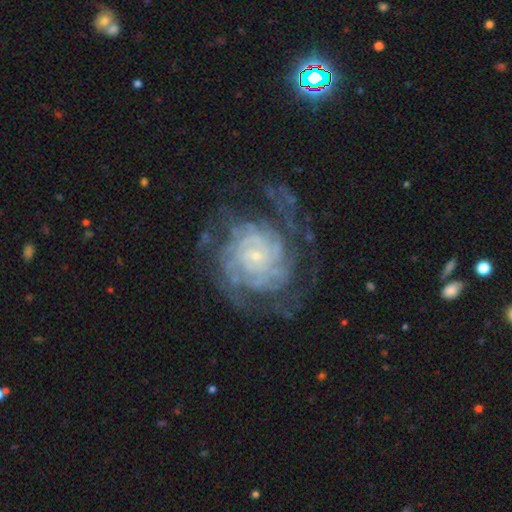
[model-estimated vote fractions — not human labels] A featured or disk galaxy (86%) with no bar (74%), tight (73%) spiral arms (96%) and a small central bulge (83%). Merging: none (63%).